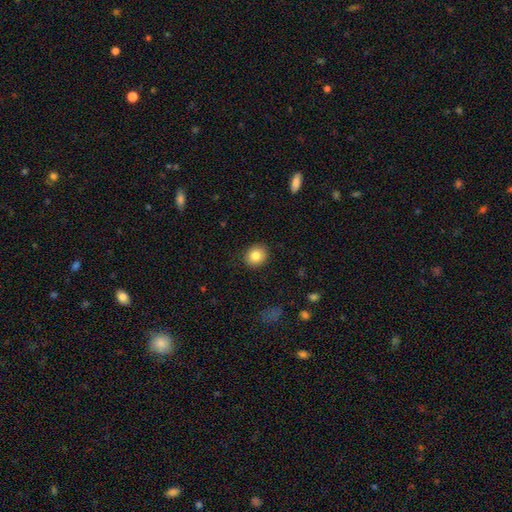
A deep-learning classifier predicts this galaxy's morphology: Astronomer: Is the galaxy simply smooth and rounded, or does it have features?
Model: smooth — 83%.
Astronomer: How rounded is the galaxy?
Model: round — 65%.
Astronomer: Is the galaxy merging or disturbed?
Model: none — 89%.